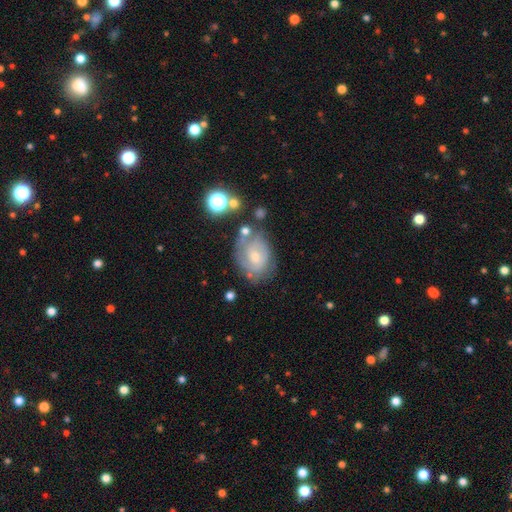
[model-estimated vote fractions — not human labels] smooth_or_featured: featured or disk (p=0.61) [alt: smooth p=0.29]
disk_edge_on: no (p=0.96) [alt: yes p=0.04]
bar: no (p=0.67) [alt: weak p=0.29]
has_spiral_arms: yes (p=0.76) [alt: no p=0.24]
bulge_size: moderate (p=0.45) [alt: small p=0.43]
merging: none (p=0.55) [alt: minor disturbance p=0.25]